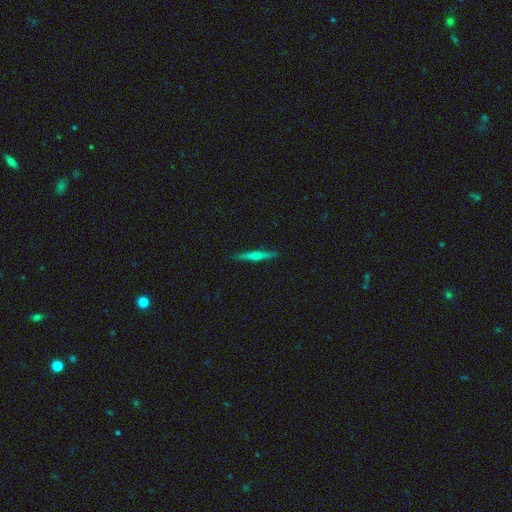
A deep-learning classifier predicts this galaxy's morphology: A featured or disk galaxy (61%) viewed edge-on (97%) with a rounded central bulge (68%). Merging: none (90%).